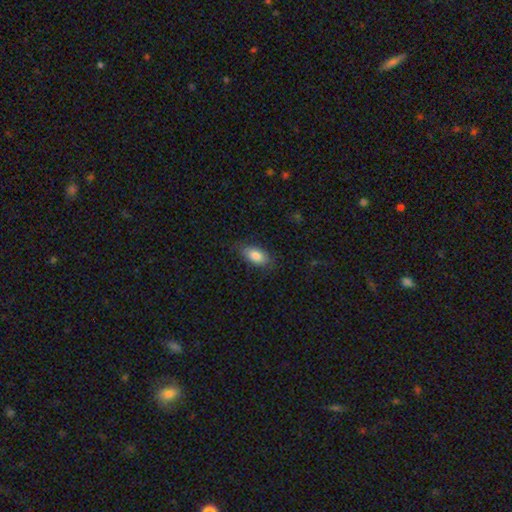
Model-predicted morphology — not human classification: smooth_or_featured: smooth (p=0.82) [alt: featured or disk p=0.11]
how_rounded: in between (p=0.90) [alt: cigar-shaped p=0.07]
merging: none (p=0.79) [alt: minor disturbance p=0.16]